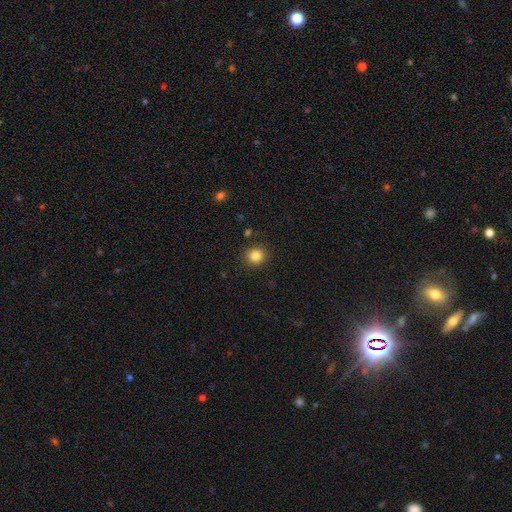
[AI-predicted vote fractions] The model was most divided on "smooth or featured": smooth: 84%, star or artifact: 11%, featured or disk: 5%. More confident: merging — none (90%); how rounded — round (89%).